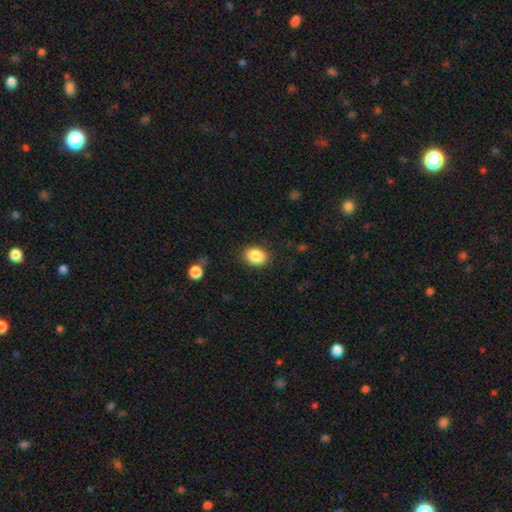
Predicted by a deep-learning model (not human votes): The model was most divided on "how rounded": in between: 56%, round: 43%, cigar-shaped: 1%. More confident: smooth or featured — smooth (87%); merging — none (84%).